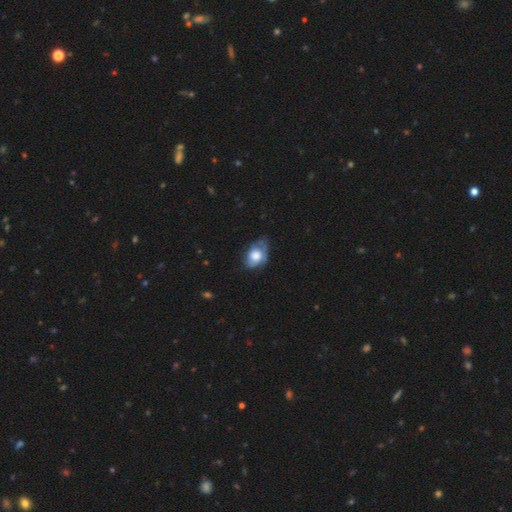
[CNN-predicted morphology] Smooth or featured? Predicted: smooth (p=0.52). How rounded? Predicted: in between (p=0.82). Merging? Predicted: none (p=0.46).